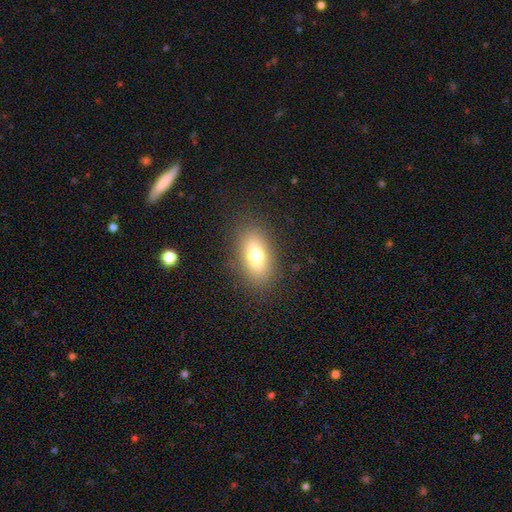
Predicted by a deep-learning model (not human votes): Overall: smooth (74%). How rounded: in between (86%). Merging: none (85%).